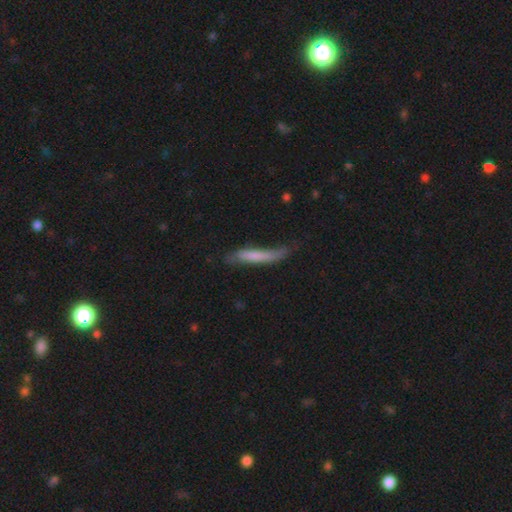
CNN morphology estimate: Q: Smooth or featured?
A: smooth (64%); runner-up: featured or disk (30%)
Q: How rounded?
A: cigar-shaped (90%); runner-up: in between (8%)
Q: Merging?
A: none (47%); runner-up: minor disturbance (35%)